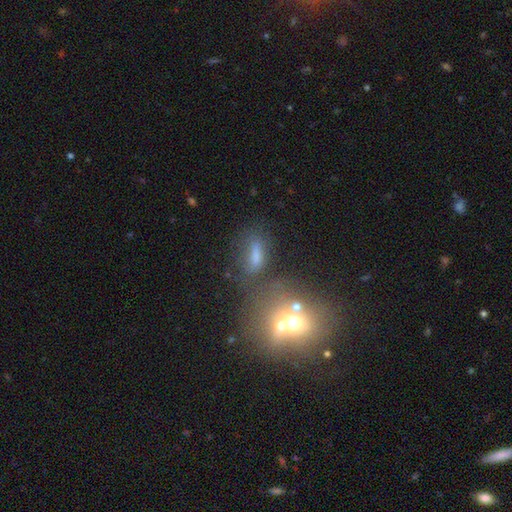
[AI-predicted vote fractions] Overall: smooth (64%). How rounded: in between (55%; cigar-shaped 35%). Merging: none (54%; minor disturbance 18%).